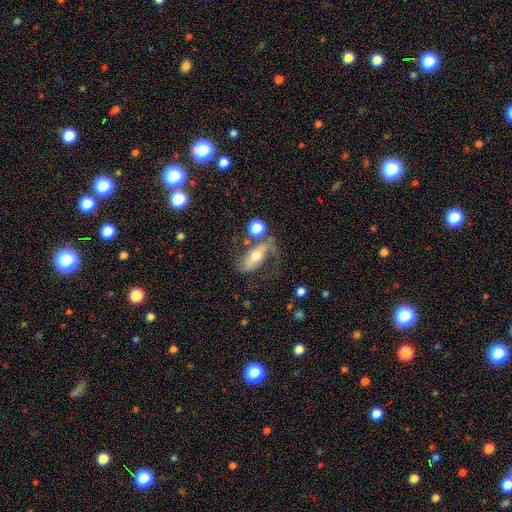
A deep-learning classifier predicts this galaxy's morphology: featured or disk 62%, smooth 30%, star or artifact 8%. Down the decision tree: edge-on disk — no (85%); bar — strong (39%); spiral arms — yes (76%); bulge size — moderate (63%); merging — none (42%).